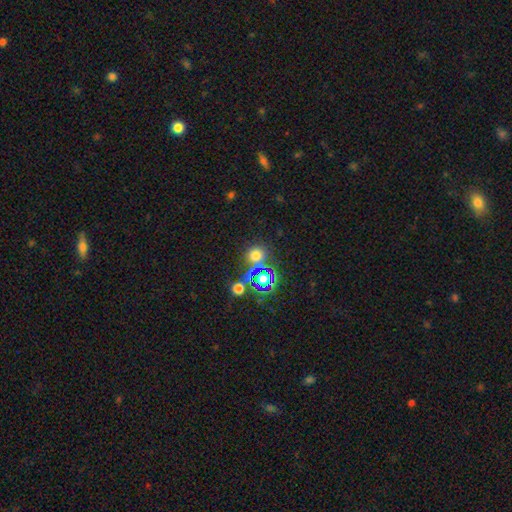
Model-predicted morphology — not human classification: smooth 63%, star or artifact 30%, featured or disk 7%. Down the decision tree: how rounded — round (88%); merging — none (72%).